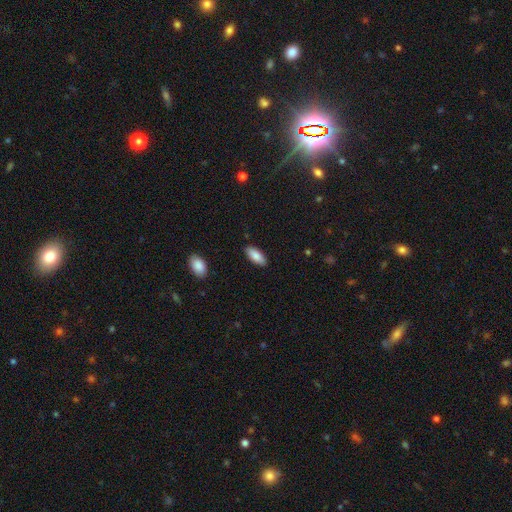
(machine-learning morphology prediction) Smooth or featured?
  - smooth: 87% *
  - featured or disk: 7%
  - star or artifact: 6%
How rounded?
  - in between: 86% *
  - cigar-shaped: 13%
  - round: 2%
Merging?
  - none: 88% *
  - minor disturbance: 9%
  - major disturbance: 2%
  - merger: 1%